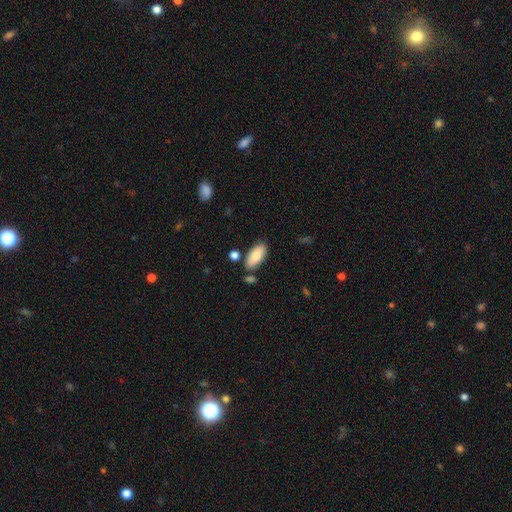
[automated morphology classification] A smooth galaxy with no disk features (83%) that is in between round and cigar-shaped (90%). Merging: none (78%).